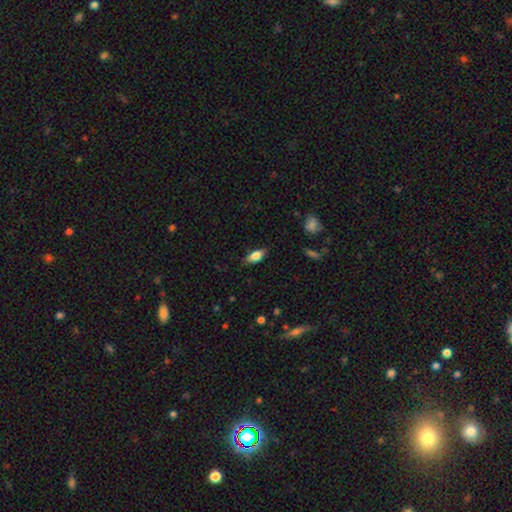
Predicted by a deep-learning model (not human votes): Smooth or featured? Predicted: smooth (p=0.72). How rounded? Predicted: in between (p=0.82). Merging? Predicted: none (p=0.81).